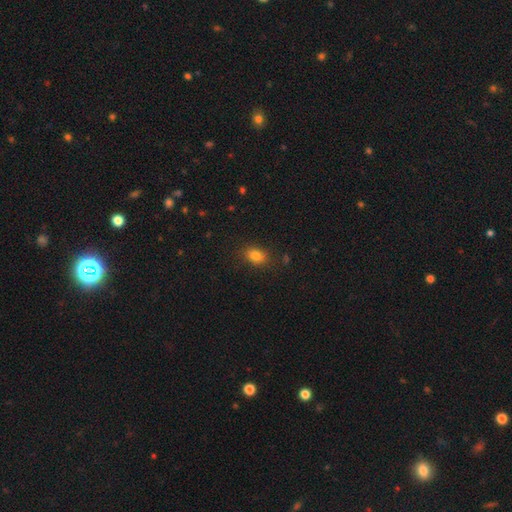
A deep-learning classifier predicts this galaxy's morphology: Smooth or featured: smooth — 83% (star or artifact — 11%)
How rounded: in between — 76% (round — 22%)
Merging: none — 84% (minor disturbance — 11%)